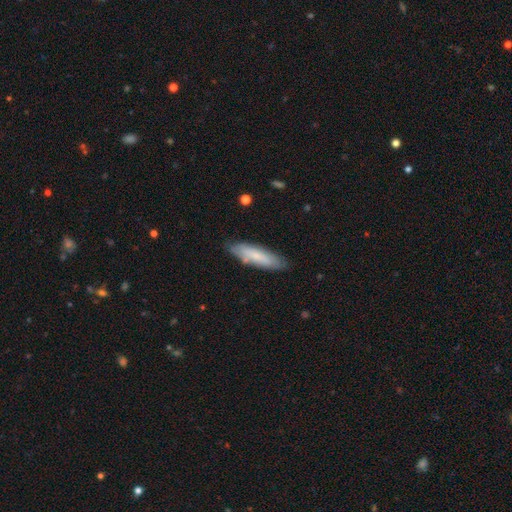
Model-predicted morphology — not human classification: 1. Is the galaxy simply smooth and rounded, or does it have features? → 66% smooth, 27% featured or disk, 6% star or artifact.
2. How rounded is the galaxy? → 63% cigar-shaped, 35% in between, 1% round.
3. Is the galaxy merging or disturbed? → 79% none, 16% minor disturbance, 3% major disturbance, 2% merger.